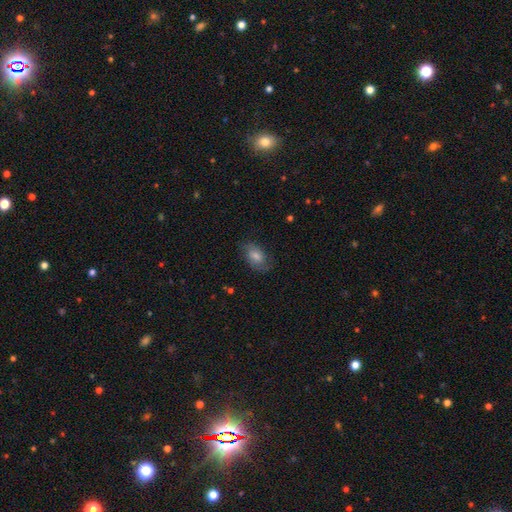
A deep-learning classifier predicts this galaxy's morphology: This appears to be a smooth galaxy with no disk features (49%). Merging: none (75%).